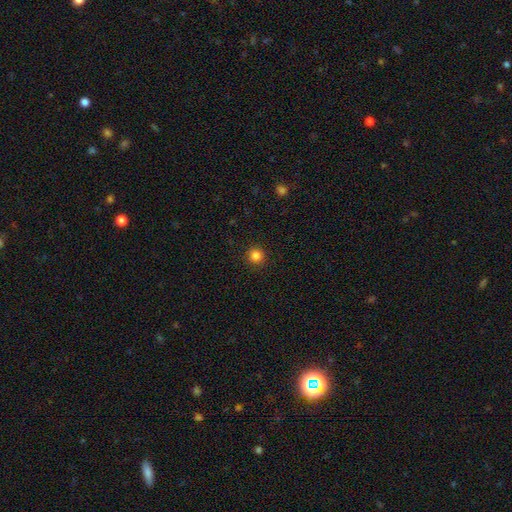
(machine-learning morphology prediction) A smooth galaxy with no disk features (84%) that is round (95%).

Vote fractions:
- Smooth or featured? smooth: 84% / star or artifact: 12% / featured or disk: 4%
- How rounded? round: 95% / in between: 4% / cigar-shaped: 1%
- Merging? none: 92% / minor disturbance: 5% / major disturbance: 2% / merger: 1%